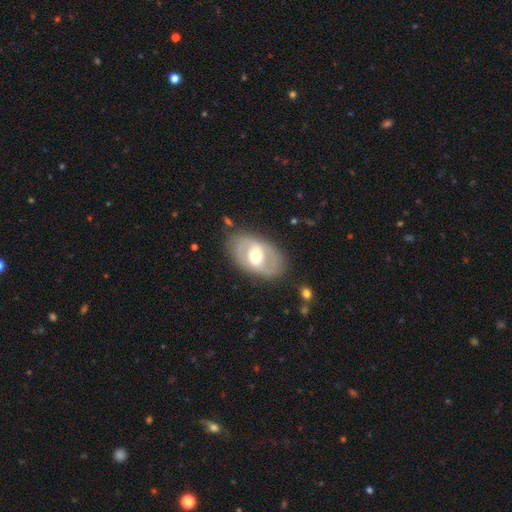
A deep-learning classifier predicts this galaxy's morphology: This is likely a featured or disk galaxy (62%). It is clearly not viewed edge-on (92%). Bar: marginally weak (40%). Spiral arm pattern: possibly no (57%). Central bulge: likely moderate (69%). Merging: likely none (79%).